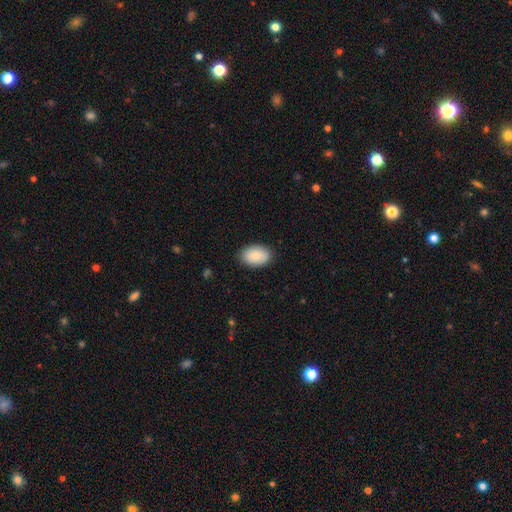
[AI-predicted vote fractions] The model was most divided on "merging": none: 87%, minor disturbance: 10%, major disturbance: 2%, merger: 1%. More confident: how rounded — in between (89%); smooth or featured — smooth (87%).